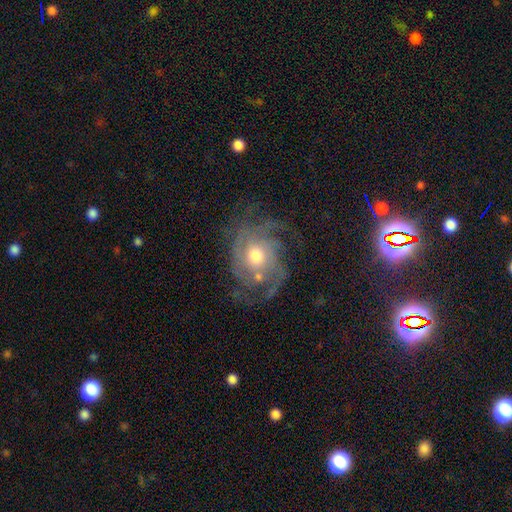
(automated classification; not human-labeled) Smooth or featured? Predicted: featured or disk (p=0.82). Edge-on disk? Predicted: no (p=0.97). Bar? Predicted: no (p=0.80). Spiral arms? Predicted: yes (p=0.91). Spiral winding? Predicted: tight (p=0.46). Spiral arm count? Predicted: 3 (p=0.30). Bulge size? Predicted: moderate (p=0.72). Merging? Predicted: none (p=0.58).